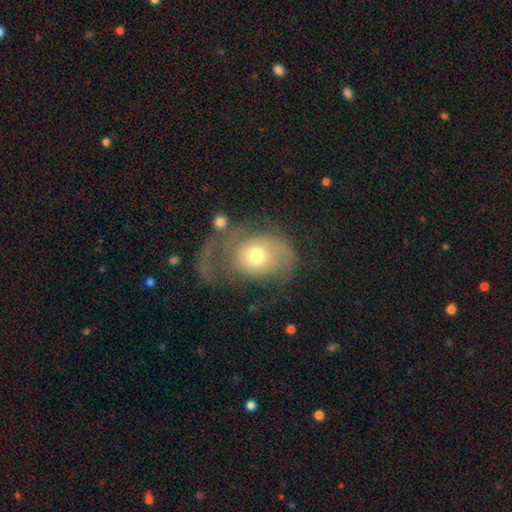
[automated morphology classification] featured or disk 51%, smooth 40%, star or artifact 8%. Down the decision tree: edge-on disk — no (96%); merging — major disturbance (54%).